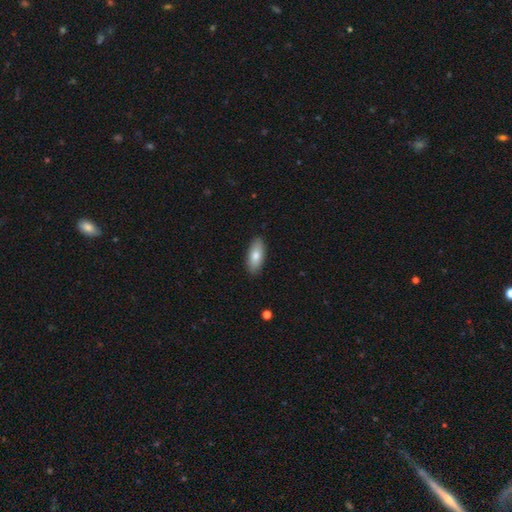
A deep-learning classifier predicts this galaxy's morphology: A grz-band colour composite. It shows a smooth galaxy with no disk features (79%) that is in between round and cigar-shaped (84%). Merging: none (89%).